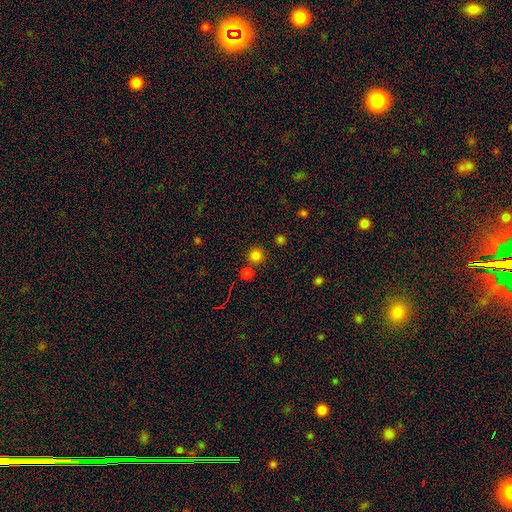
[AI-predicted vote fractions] Smooth or featured?
  - smooth: 78% *
  - star or artifact: 18%
  - featured or disk: 5%
How rounded?
  - round: 93% *
  - in between: 6%
  - cigar-shaped: 1%
Merging?
  - none: 75% *
  - merger: 16%
  - minor disturbance: 6%
  - major disturbance: 3%